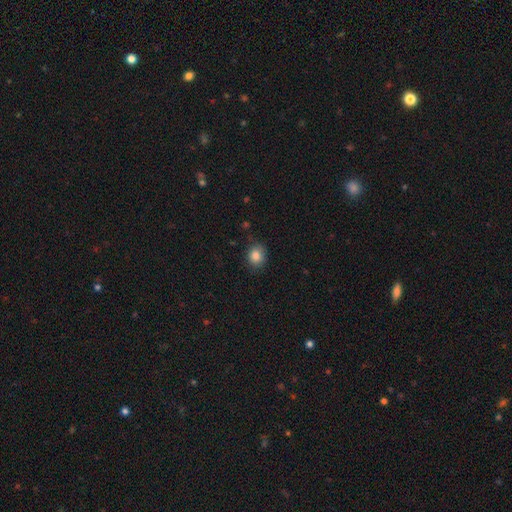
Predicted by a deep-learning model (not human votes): A smooth galaxy with no disk features (83%) that is round (70%). Merging: none (83%).